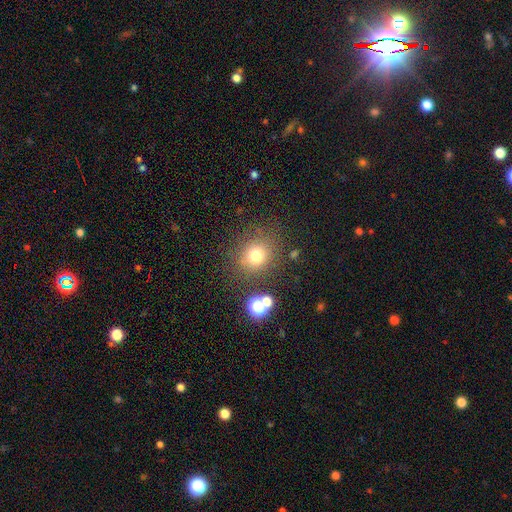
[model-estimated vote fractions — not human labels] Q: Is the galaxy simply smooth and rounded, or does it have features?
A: smooth — 74%.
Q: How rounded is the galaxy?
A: round — 83%.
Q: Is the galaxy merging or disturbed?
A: none — 79%.